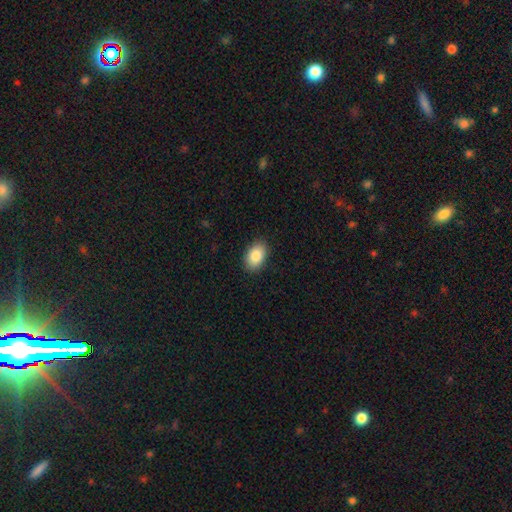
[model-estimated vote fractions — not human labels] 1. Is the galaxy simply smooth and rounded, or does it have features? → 87% smooth, 7% star or artifact, 6% featured or disk.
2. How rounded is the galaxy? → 89% in between, 9% round, 1% cigar-shaped.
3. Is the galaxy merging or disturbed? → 89% none, 9% minor disturbance, 2% major disturbance, 1% merger.